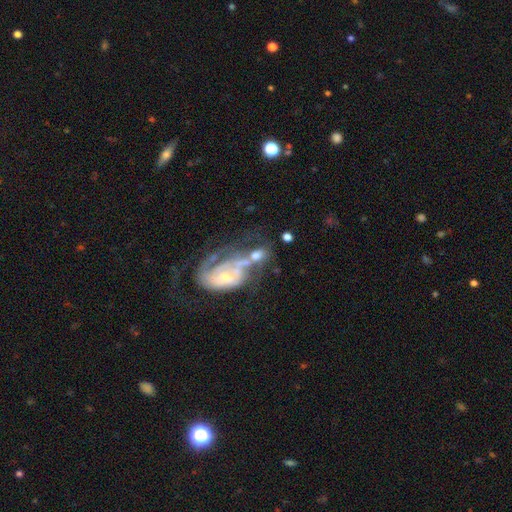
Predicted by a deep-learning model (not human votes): smooth_or_featured: featured or disk (p=0.53) [alt: smooth p=0.36]
disk_edge_on: no (p=0.95) [alt: yes p=0.05]
bar: no (p=0.67) [alt: weak p=0.25]
has_spiral_arms: yes (p=0.59) [alt: no p=0.41]
bulge_size: moderate (p=0.42) [alt: small p=0.41]
merging: merger (p=0.45) [alt: none p=0.22]